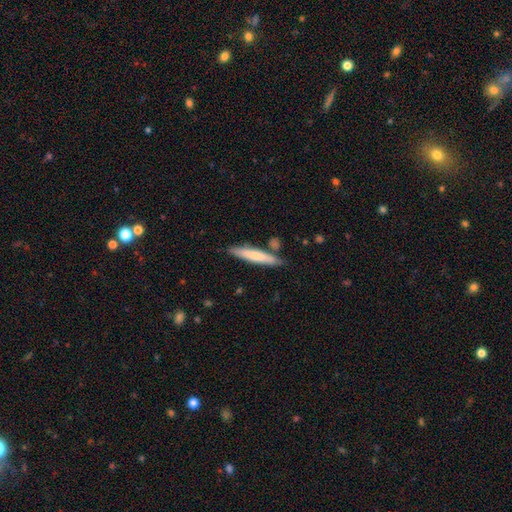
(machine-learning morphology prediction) smooth-or-featured: smooth: 65% | featured or disk: 29% | star or artifact: 5%
  how-rounded: cigar-shaped: 91% | in between: 8% | round: 1%
  merging: none: 79% | minor disturbance: 12% | merger: 7% | major disturbance: 2%